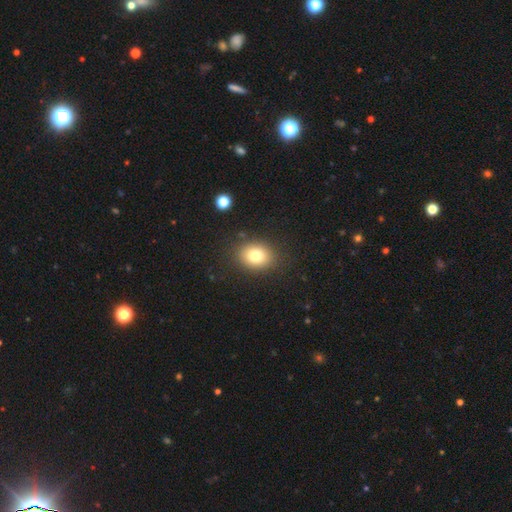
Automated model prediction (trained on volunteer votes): This appears to be a smooth galaxy with no disk features (78%) that is round (50%). Merging: none (86%).